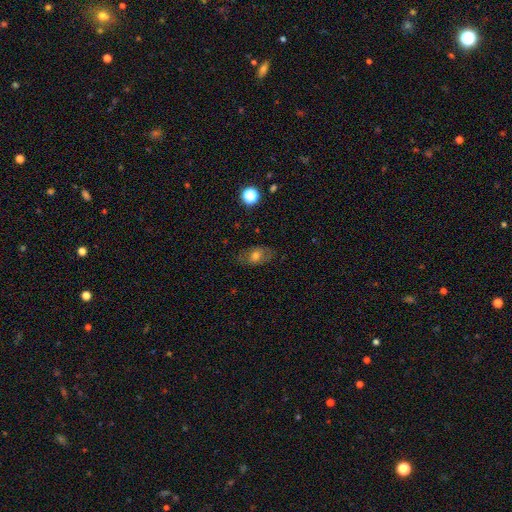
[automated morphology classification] This is possibly a smooth galaxy (60%). How rounded: clearly in between (82%). Merging: likely none (76%).